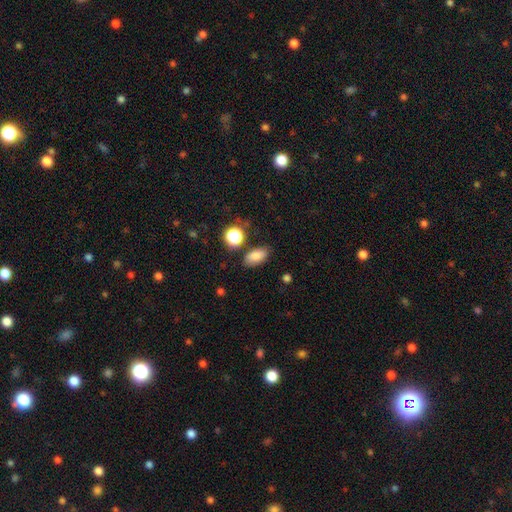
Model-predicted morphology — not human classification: smooth 82%, star or artifact 11%, featured or disk 7%. Down the decision tree: how rounded — in between (88%); merging — none (79%).